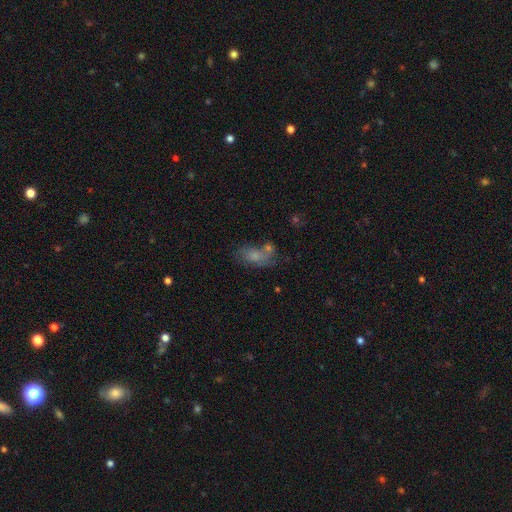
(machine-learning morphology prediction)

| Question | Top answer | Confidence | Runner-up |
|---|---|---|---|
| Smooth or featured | smooth | 67% | featured or disk (20%) |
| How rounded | in between | 85% | round (10%) |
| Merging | none | 43% | merger (27%) |